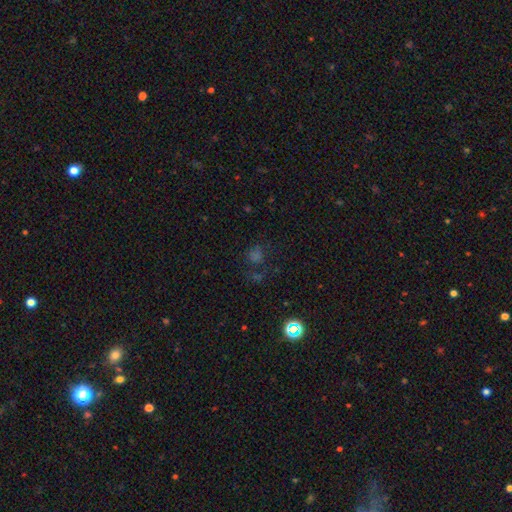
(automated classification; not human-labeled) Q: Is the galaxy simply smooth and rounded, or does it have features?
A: star or artifact — 45%.